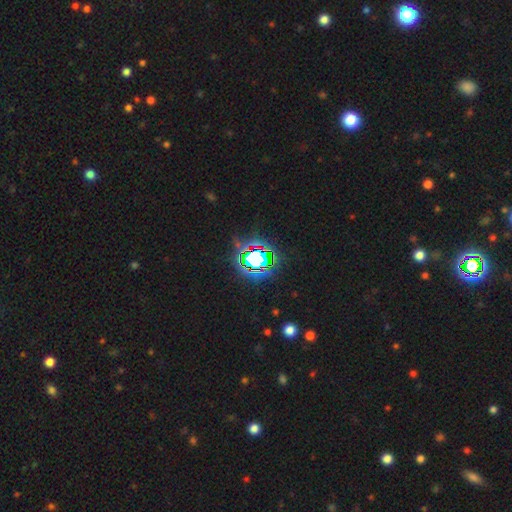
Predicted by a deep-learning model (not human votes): star or artifact 74%, smooth 14%, featured or disk 12%.